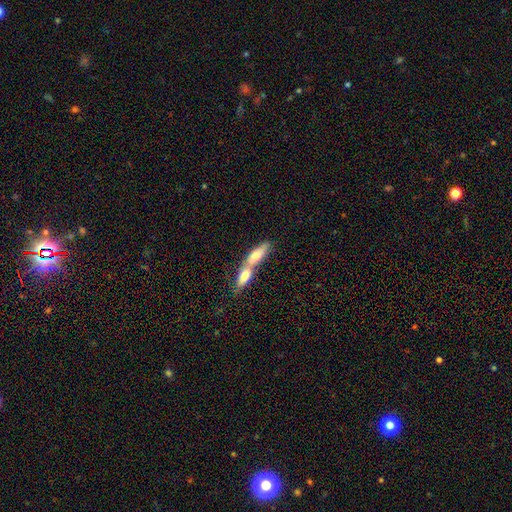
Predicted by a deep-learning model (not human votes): Smooth or featured? Predicted: smooth (p=0.67). How rounded? Predicted: in between (p=0.56). Merging? Predicted: merger (p=0.70).